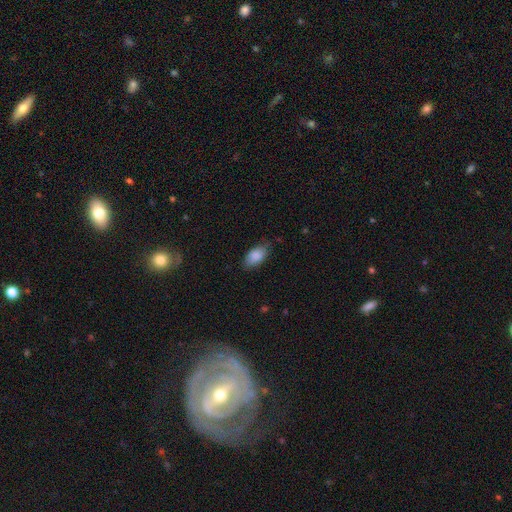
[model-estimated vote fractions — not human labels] A smooth galaxy with no disk features (87%) that is in between round and cigar-shaped (92%).

Vote fractions:
- Smooth or featured? smooth: 87% / featured or disk: 7% / star or artifact: 7%
- How rounded? in between: 92% / round: 4% / cigar-shaped: 3%
- Merging? none: 74% / minor disturbance: 21% / major disturbance: 4% / merger: 1%